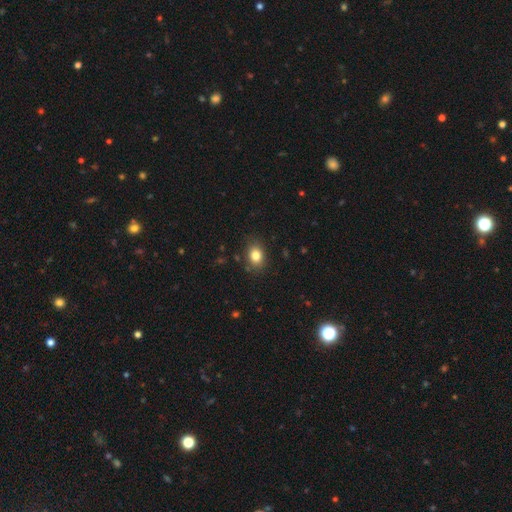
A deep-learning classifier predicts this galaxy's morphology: smooth-or-featured: smooth: 83% | star or artifact: 10% | featured or disk: 7%
  how-rounded: in between: 66% | round: 32% | cigar-shaped: 1%
  merging: none: 84% | minor disturbance: 12% | major disturbance: 3% | merger: 1%